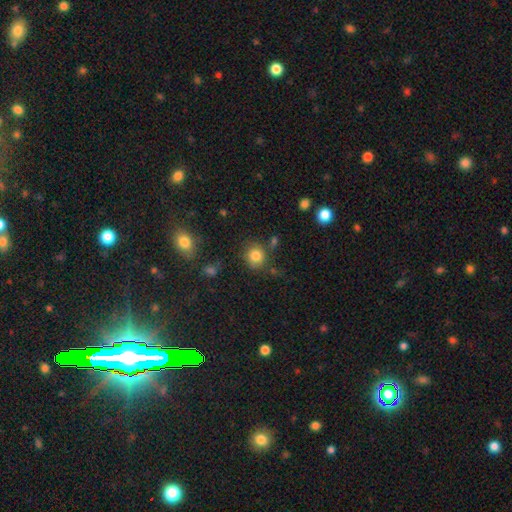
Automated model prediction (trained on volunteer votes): Q: Smooth or featured?
A: smooth (82%); runner-up: star or artifact (11%)
Q: How rounded?
A: round (81%); runner-up: in between (18%)
Q: Merging?
A: none (77%); runner-up: minor disturbance (13%)